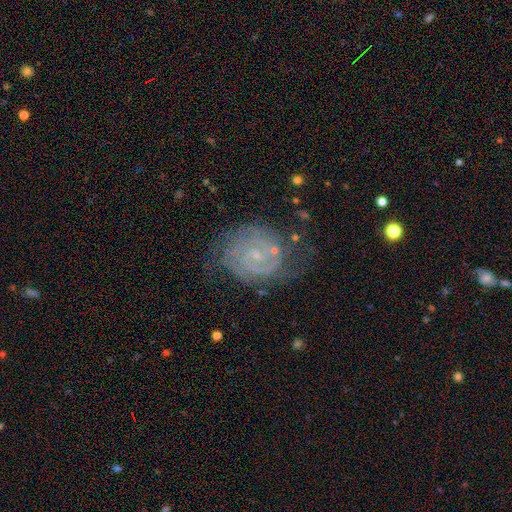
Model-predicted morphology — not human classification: featured or disk 84%, smooth 8%, star or artifact 7%. Down the decision tree: edge-on disk — no (98%); bar — no (53%); spiral arms — yes (96%); spiral arm count — 2 (51%); spiral winding — tight (72%); bulge size — small (76%); merging — none (66%).